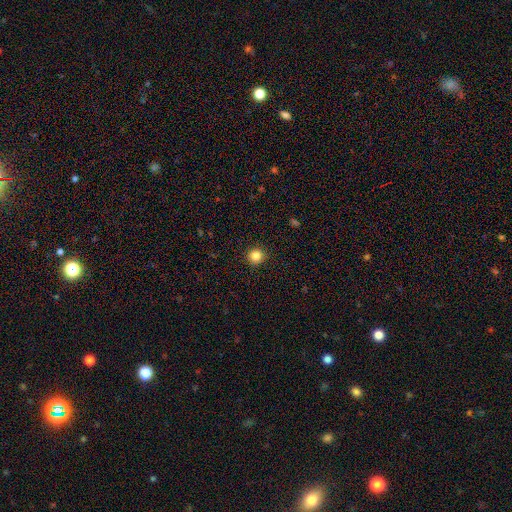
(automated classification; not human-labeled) Smooth or featured?
  - smooth: 84% *
  - star or artifact: 12%
  - featured or disk: 5%
How rounded?
  - round: 94% *
  - in between: 5%
  - cigar-shaped: 1%
Merging?
  - none: 93% *
  - minor disturbance: 4%
  - major disturbance: 2%
  - merger: 1%